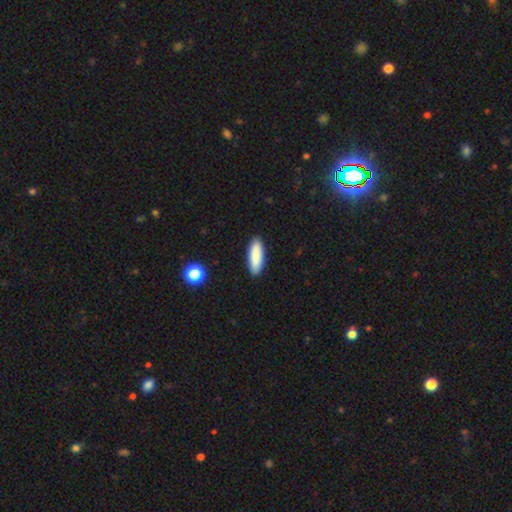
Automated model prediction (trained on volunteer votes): Smooth or featured?
  - smooth: 89% *
  - star or artifact: 6%
  - featured or disk: 5%
How rounded?
  - in between: 57% *
  - cigar-shaped: 41%
  - round: 2%
Merging?
  - none: 90% *
  - minor disturbance: 7%
  - major disturbance: 2%
  - merger: 1%